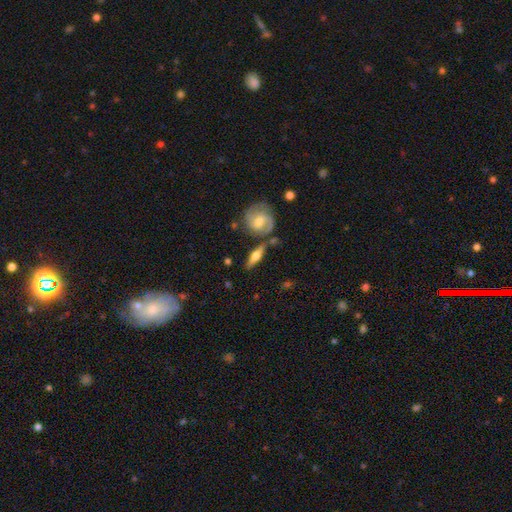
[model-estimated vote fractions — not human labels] Smooth or featured? Predicted: featured or disk (p=0.64). Edge-on disk? Predicted: yes (p=0.82). Edge-on bulge? Predicted: rounded (p=0.92). Merging? Predicted: none (p=0.72).